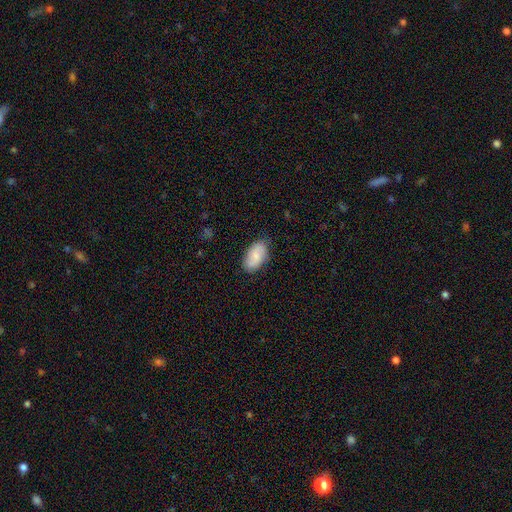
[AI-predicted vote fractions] The model was most divided on "smooth or featured": smooth: 65%, featured or disk: 28%, star or artifact: 7%. More confident: how rounded — in between (93%); merging — none (78%).